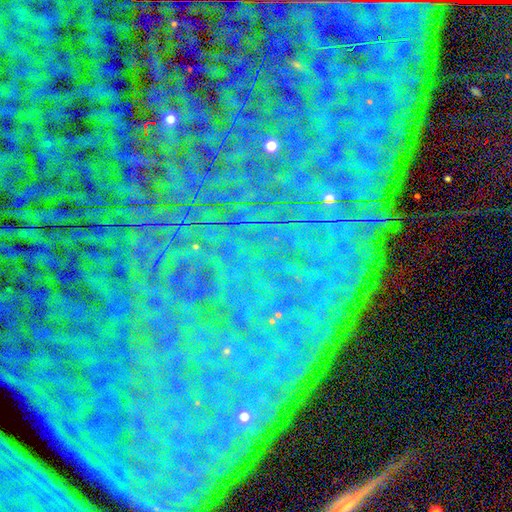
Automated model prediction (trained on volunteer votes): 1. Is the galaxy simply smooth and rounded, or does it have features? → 82% star or artifact, 10% smooth, 8% featured or disk.